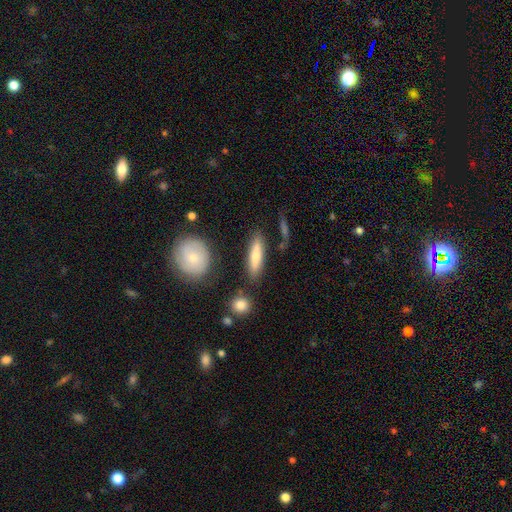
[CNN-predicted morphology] Overall: smooth (69%). How rounded: cigar-shaped (70%). Merging: none (81%).